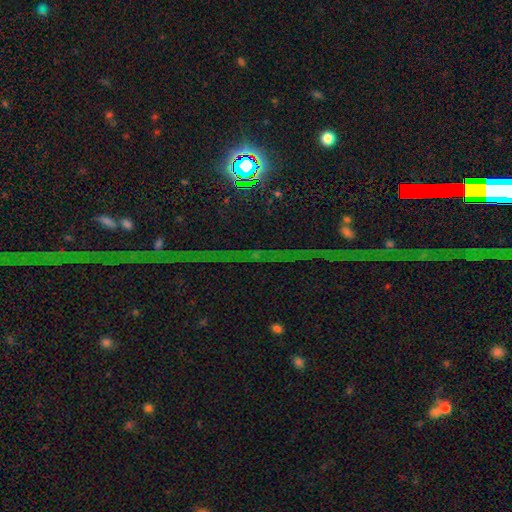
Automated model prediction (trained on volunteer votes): Smooth or featured? star or artifact (83%)